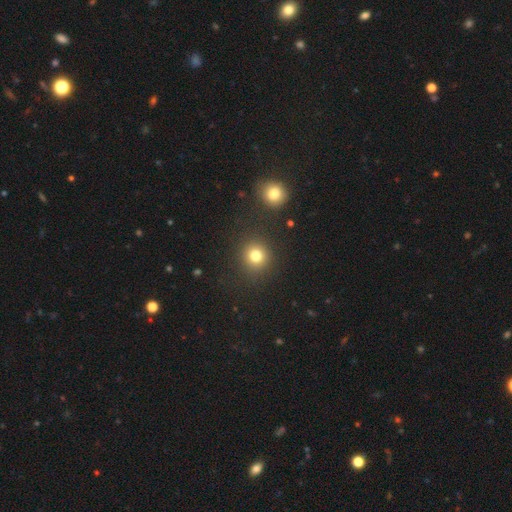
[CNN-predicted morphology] Smooth or featured: smooth — 79% (star or artifact — 14%)
How rounded: round — 90% (in between — 9%)
Merging: none — 86% (minor disturbance — 7%)